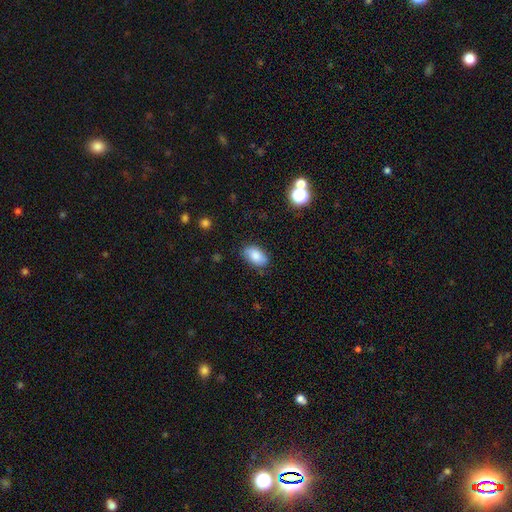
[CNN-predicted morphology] smooth-or-featured: smooth: 83% | featured or disk: 10% | star or artifact: 8%
  how-rounded: in between: 92% | round: 6% | cigar-shaped: 2%
  merging: none: 79% | minor disturbance: 17% | major disturbance: 3% | merger: 1%